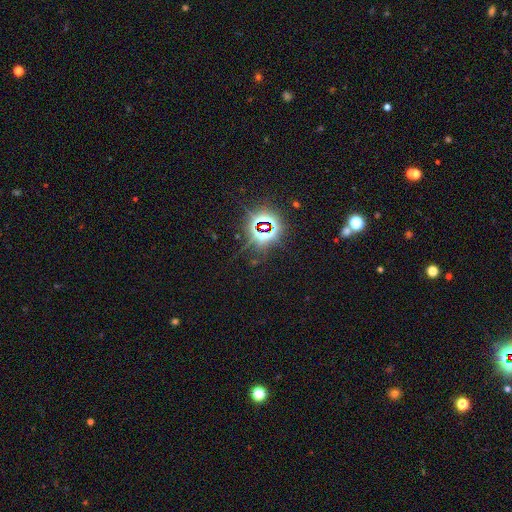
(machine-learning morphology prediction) This is clearly a star or artifact rather than a galaxy (81%).